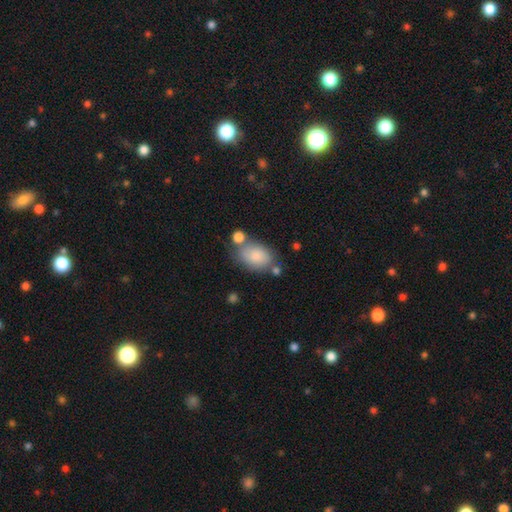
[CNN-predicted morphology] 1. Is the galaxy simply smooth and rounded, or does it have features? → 84% smooth, 9% featured or disk, 7% star or artifact.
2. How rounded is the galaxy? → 83% in between, 16% round, 1% cigar-shaped.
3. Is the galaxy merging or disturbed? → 56% none, 19% minor disturbance, 18% merger, 7% major disturbance.